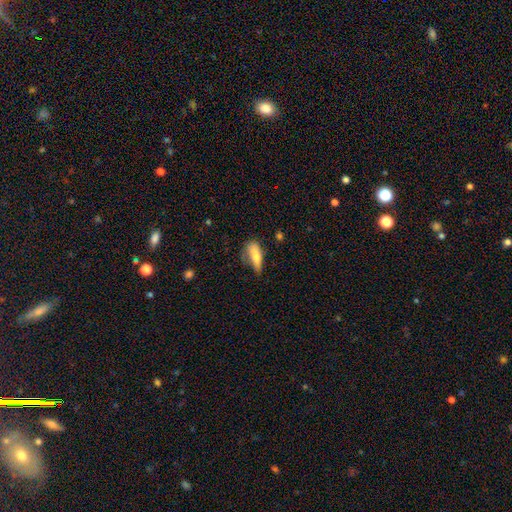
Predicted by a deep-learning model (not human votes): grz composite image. It shows a smooth galaxy with no disk features (68%) that is in between round and cigar-shaped (62%). Merging: none (38%).